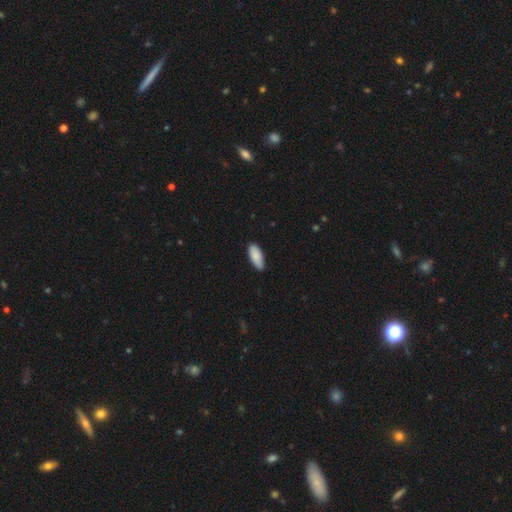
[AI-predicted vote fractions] A smooth galaxy with no disk features (87%) that is in between round and cigar-shaped (85%).

Vote fractions:
- Smooth or featured? smooth: 87% / featured or disk: 8% / star or artifact: 6%
- How rounded? in between: 85% / cigar-shaped: 14% / round: 2%
- Merging? none: 84% / minor disturbance: 13% / major disturbance: 2% / merger: 1%